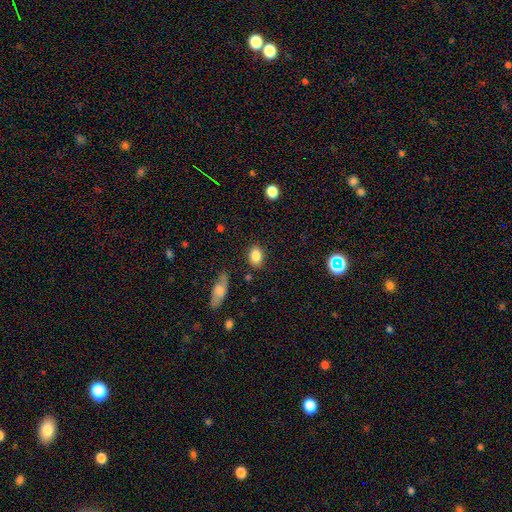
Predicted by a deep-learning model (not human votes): smooth_or_featured: smooth (p=0.85) [alt: star or artifact p=0.08]
how_rounded: in between (p=0.76) [alt: round p=0.22]
merging: none (p=0.84) [alt: minor disturbance p=0.10]